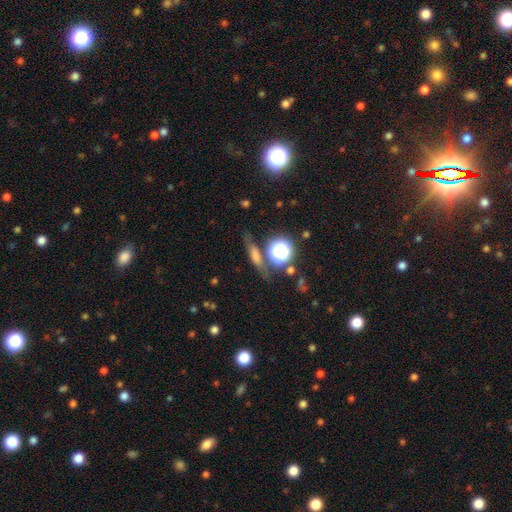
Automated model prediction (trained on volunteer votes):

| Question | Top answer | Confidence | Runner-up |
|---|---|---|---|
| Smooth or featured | smooth | 43% | featured or disk (32%) |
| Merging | none | 73% | minor disturbance (14%) |